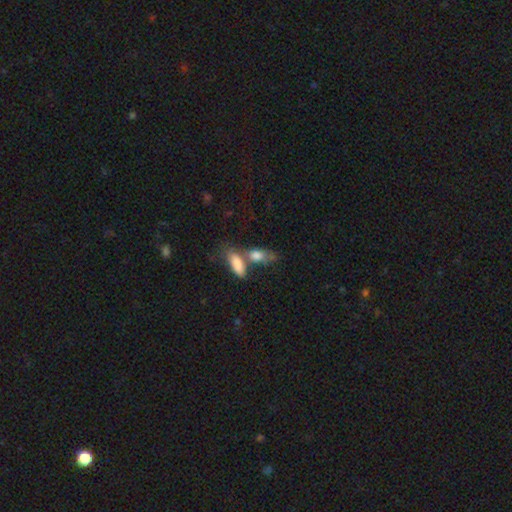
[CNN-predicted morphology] Smooth or featured?
  - smooth: 80% *
  - featured or disk: 13%
  - star or artifact: 7%
How rounded?
  - in between: 77% *
  - cigar-shaped: 17%
  - round: 6%
Merging?
  - merger: 47% *
  - none: 34%
  - minor disturbance: 13%
  - major disturbance: 7%